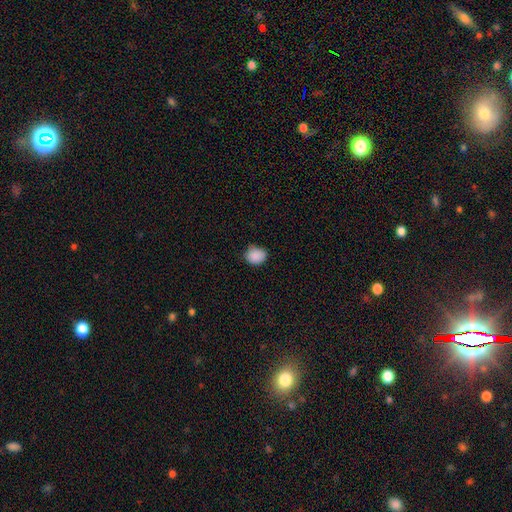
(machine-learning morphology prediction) smooth 88%, star or artifact 9%, featured or disk 3%. Down the decision tree: how rounded — round (65%); merging — none (74%).